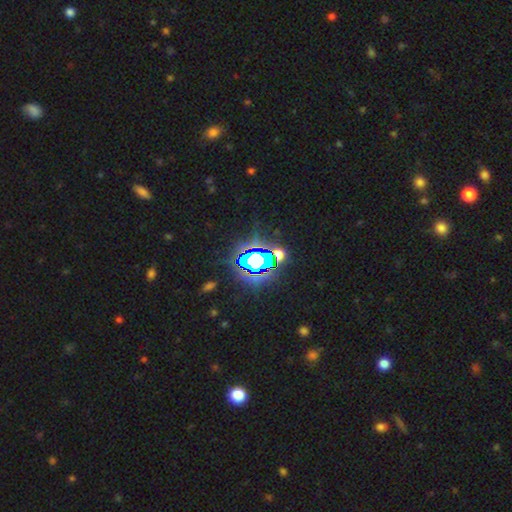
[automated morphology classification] A star or artifact, not a galaxy (78%).